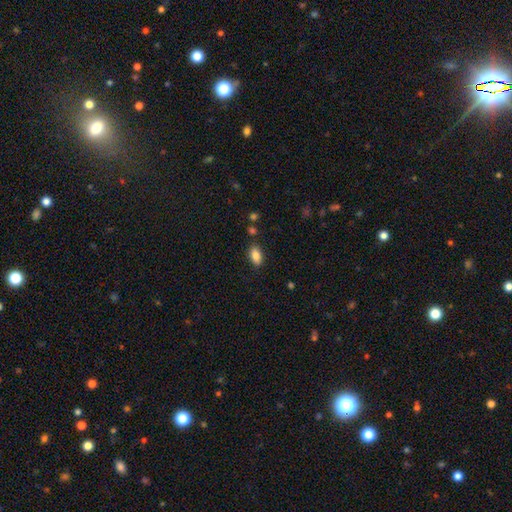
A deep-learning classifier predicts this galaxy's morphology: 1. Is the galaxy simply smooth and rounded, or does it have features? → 85% smooth, 8% star or artifact, 7% featured or disk.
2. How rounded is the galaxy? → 90% in between, 5% round, 5% cigar-shaped.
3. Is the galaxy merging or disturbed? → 85% none, 10% minor disturbance, 3% merger, 2% major disturbance.